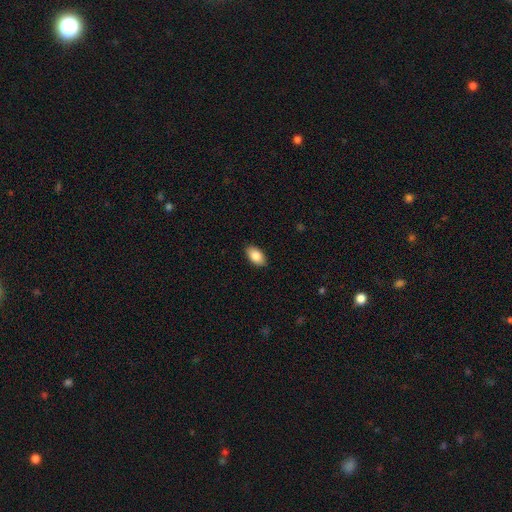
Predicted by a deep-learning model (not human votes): A smooth galaxy with no disk features (85%) that is in between round and cigar-shaped (93%).

Vote fractions:
- Smooth or featured? smooth: 85% / featured or disk: 8% / star or artifact: 7%
- How rounded? in between: 93% / round: 5% / cigar-shaped: 2%
- Merging? none: 89% / minor disturbance: 9% / major disturbance: 2% / merger: 1%